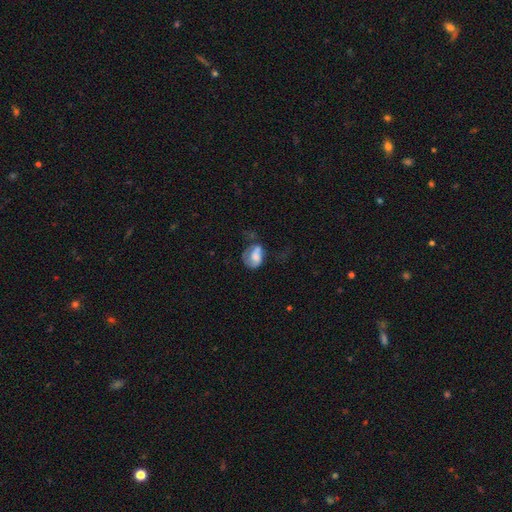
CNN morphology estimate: This appears to be a smooth galaxy with no disk features (54%) that is in between round and cigar-shaped (72%). Merging: major disturbance (42%).